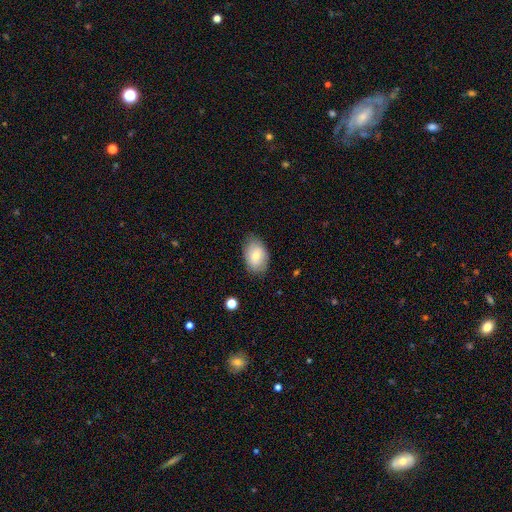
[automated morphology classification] smooth-or-featured: smooth: 77% | featured or disk: 16% | star or artifact: 7%
  how-rounded: in between: 86% | round: 13% | cigar-shaped: 1%
  merging: none: 80% | minor disturbance: 15% | major disturbance: 3% | merger: 1%